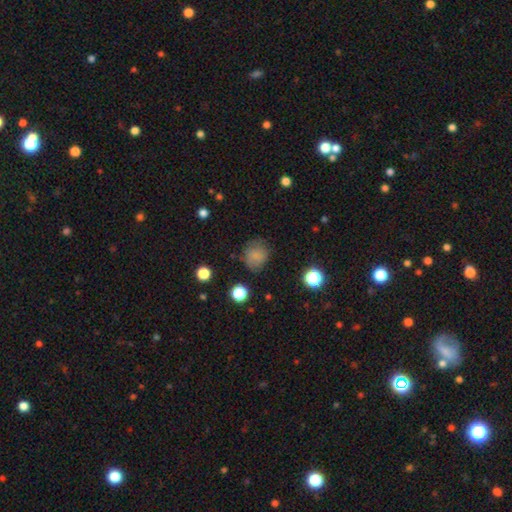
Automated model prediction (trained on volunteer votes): Smooth or featured? smooth (77%)
How rounded? round (78%)
Merging? none (72%)